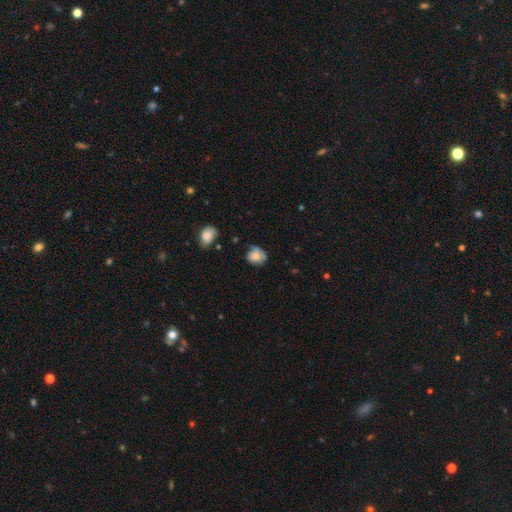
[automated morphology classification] Smooth or featured?
  - smooth: 67% *
  - featured or disk: 25%
  - star or artifact: 9%
How rounded?
  - round: 63% *
  - in between: 36%
  - cigar-shaped: 1%
Merging?
  - none: 48% *
  - minor disturbance: 35%
  - major disturbance: 13%
  - merger: 4%